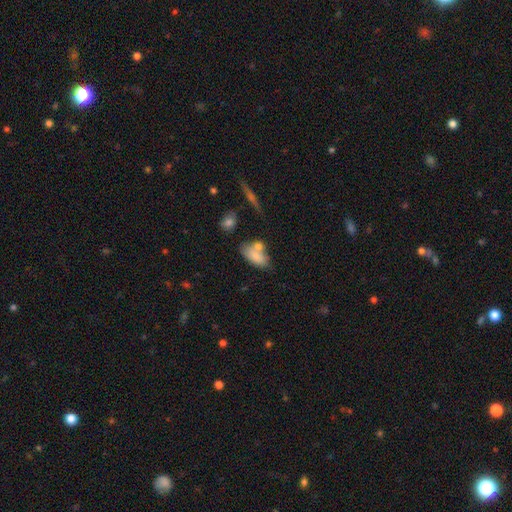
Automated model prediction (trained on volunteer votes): smooth 78%, featured or disk 13%, star or artifact 8%. Down the decision tree: how rounded — in between (90%); merging — none (43%).